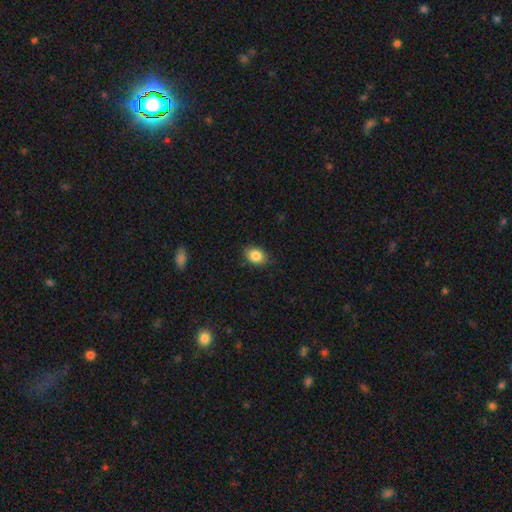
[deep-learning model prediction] Smooth or featured?
  - smooth: 85% *
  - star or artifact: 8%
  - featured or disk: 6%
How rounded?
  - in between: 67% *
  - round: 32%
  - cigar-shaped: 1%
Merging?
  - none: 84% *
  - minor disturbance: 13%
  - major disturbance: 2%
  - merger: 1%